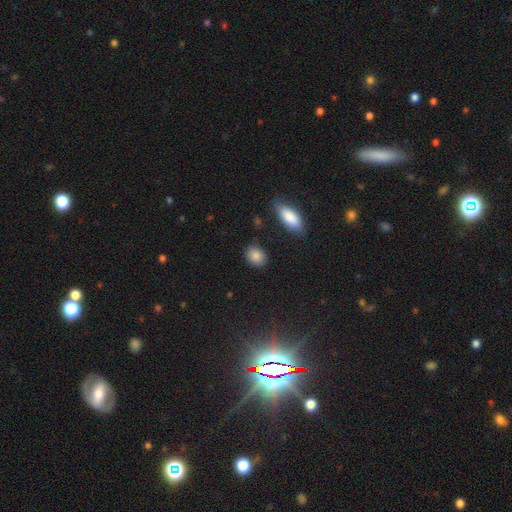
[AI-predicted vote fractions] Smooth or featured: smooth — 87% (star or artifact — 8%)
How rounded: in between — 57% (round — 41%)
Merging: none — 82% (minor disturbance — 13%)